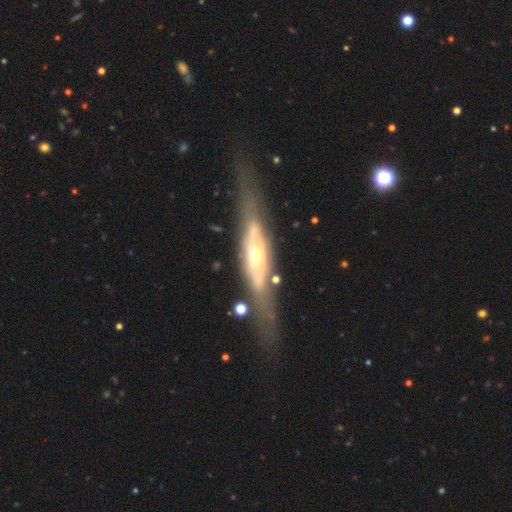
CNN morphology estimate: A featured or disk galaxy (74%) viewed edge-on (64%). Merging: none (65%).